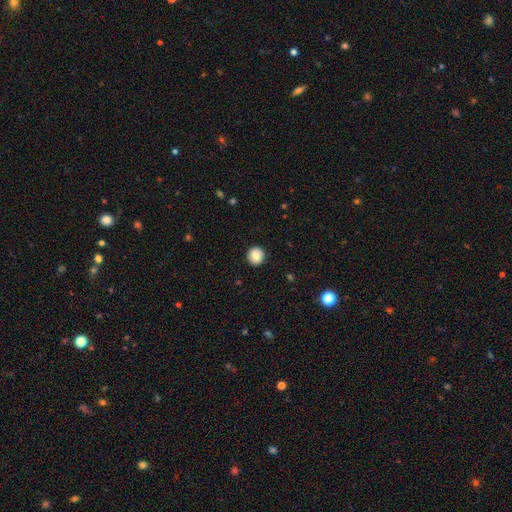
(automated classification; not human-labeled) smooth-or-featured: smooth: 80% | featured or disk: 12% | star or artifact: 8%
  how-rounded: round: 94% | in between: 5% | cigar-shaped: 1%
  merging: none: 92% | minor disturbance: 5% | major disturbance: 2% | merger: 1%